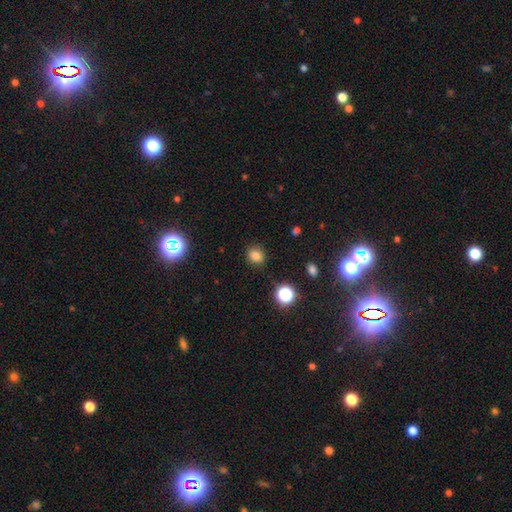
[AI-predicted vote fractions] Smooth or featured: smooth — 80% (star or artifact — 15%)
How rounded: round — 67% (in between — 32%)
Merging: none — 87% (minor disturbance — 9%)